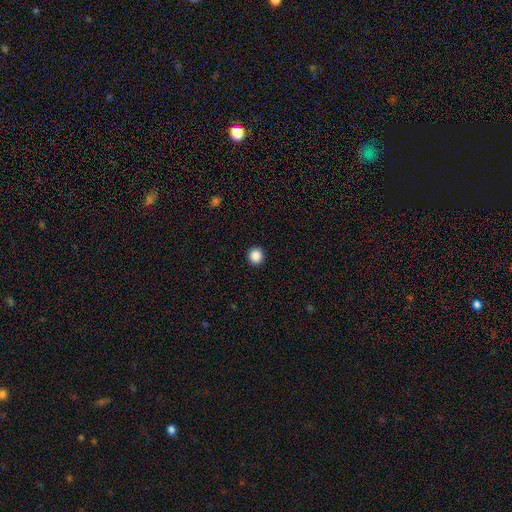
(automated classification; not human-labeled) A smooth galaxy with no disk features (88%) that is round (93%).

Vote fractions:
- Smooth or featured? smooth: 88% / star or artifact: 9% / featured or disk: 2%
- How rounded? round: 93% / in between: 6% / cigar-shaped: 1%
- Merging? none: 93% / minor disturbance: 5% / major disturbance: 2% / merger: 1%